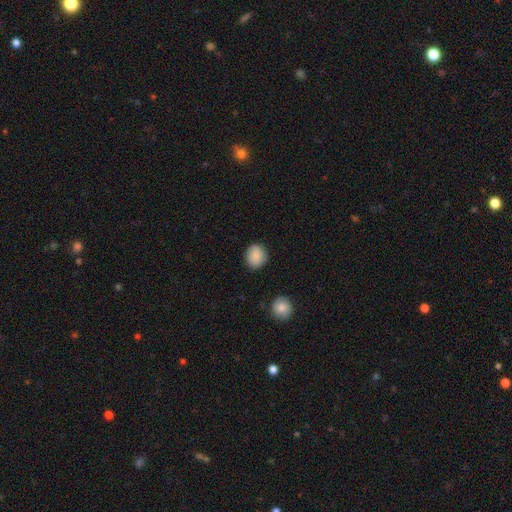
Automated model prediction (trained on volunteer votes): This appears to be a smooth galaxy with no disk features (89%) that is round (75%). Merging: none (87%).